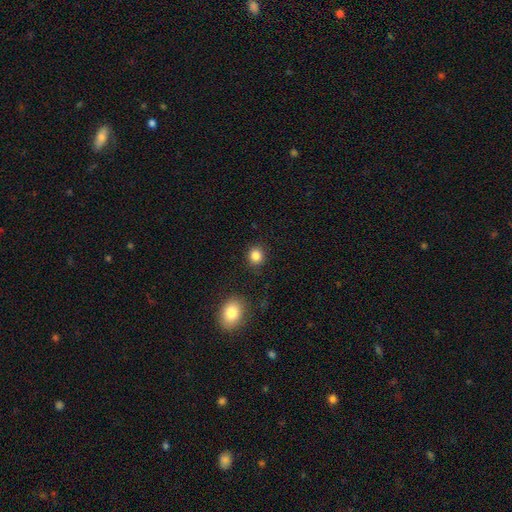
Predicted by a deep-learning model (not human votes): The model was most divided on "how rounded": round: 82%, in between: 17%, cigar-shaped: 1%. More confident: merging — none (87%); smooth or featured — smooth (85%).